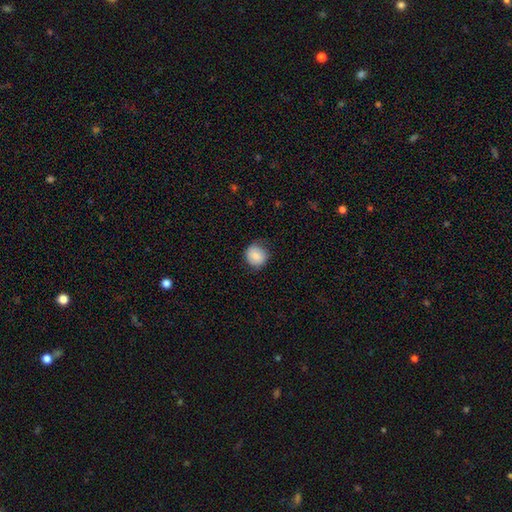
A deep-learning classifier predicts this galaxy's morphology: The model was most divided on "merging": none: 78%, minor disturbance: 18%, major disturbance: 4%, merger: 1%. More confident: how rounded — round (87%); smooth or featured — smooth (84%).